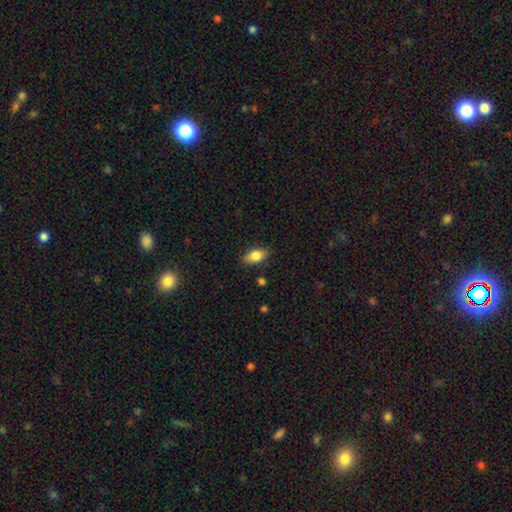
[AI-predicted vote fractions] Q: Smooth or featured?
A: smooth (80%); runner-up: featured or disk (13%)
Q: How rounded?
A: in between (88%); runner-up: cigar-shaped (7%)
Q: Merging?
A: none (84%); runner-up: minor disturbance (12%)